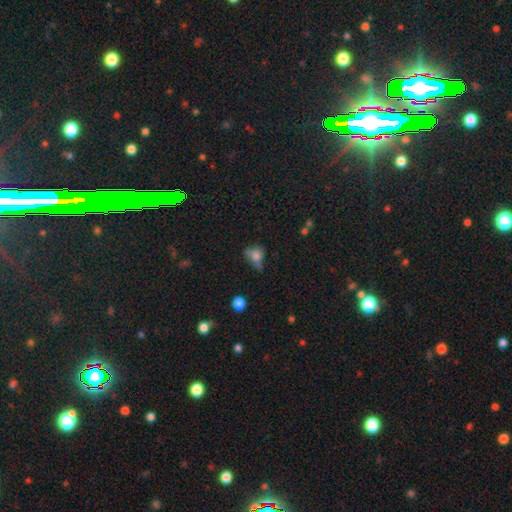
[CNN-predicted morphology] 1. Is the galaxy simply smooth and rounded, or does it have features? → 67% smooth, 19% featured or disk, 14% star or artifact.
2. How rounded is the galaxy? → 52% round, 46% in between, 2% cigar-shaped.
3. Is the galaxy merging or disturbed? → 35% none, 31% minor disturbance, 26% major disturbance, 9% merger.